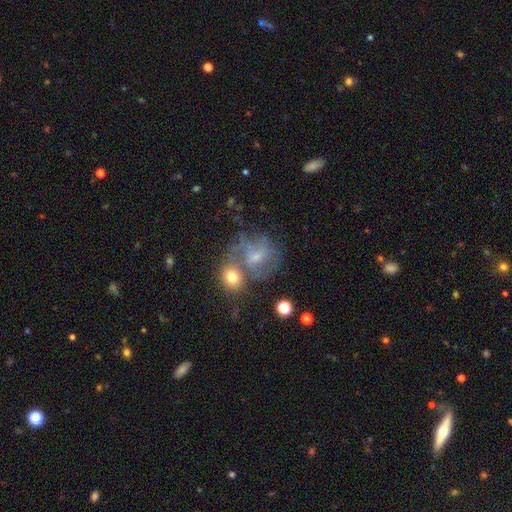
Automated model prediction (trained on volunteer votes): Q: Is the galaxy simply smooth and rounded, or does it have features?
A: featured or disk — 45%.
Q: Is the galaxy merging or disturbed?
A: merger — 35%.